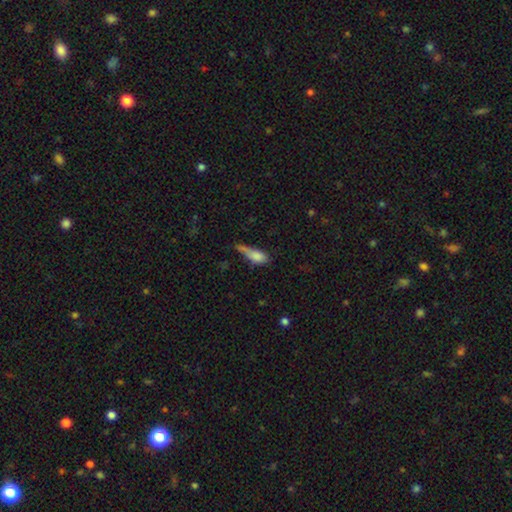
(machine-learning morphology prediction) Overall: smooth (76%). How rounded: in between (71%). Merging: minor disturbance (33%; major disturbance 28%).